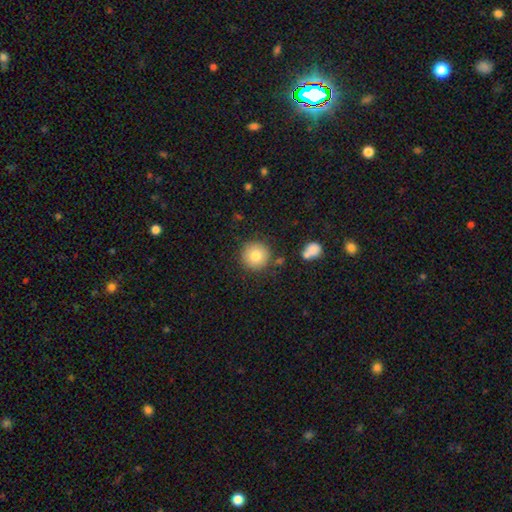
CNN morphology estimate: type=smooth (80%); roundness=round (95%); merging=none (85%).